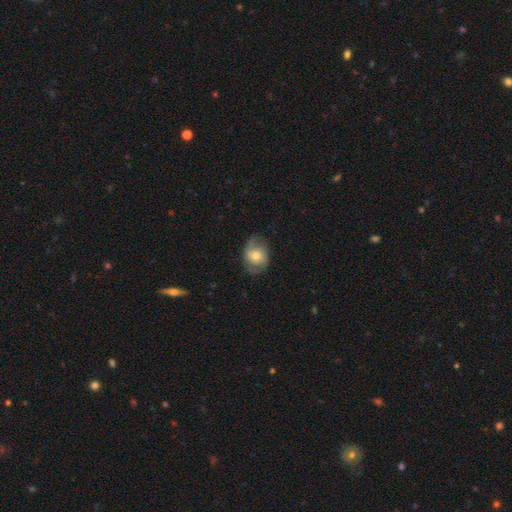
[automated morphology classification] smooth_or_featured: smooth (p=0.52) [alt: featured or disk p=0.41]
how_rounded: in between (p=0.53) [alt: round p=0.46]
merging: none (p=0.64) [alt: minor disturbance p=0.23]